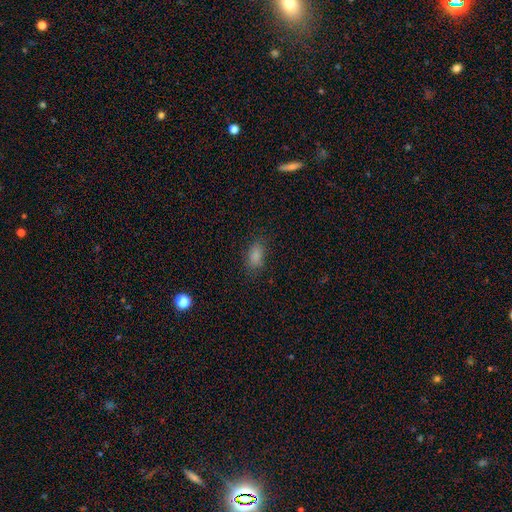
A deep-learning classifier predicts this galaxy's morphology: smooth-or-featured: smooth: 83% | star or artifact: 12% | featured or disk: 5%
  how-rounded: in between: 87% | cigar-shaped: 7% | round: 6%
  merging: none: 78% | minor disturbance: 16% | major disturbance: 5% | merger: 1%